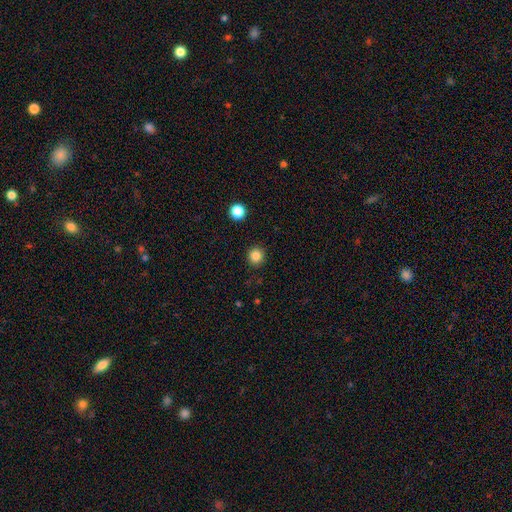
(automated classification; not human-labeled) Smooth or featured?
  - smooth: 85% *
  - star or artifact: 11%
  - featured or disk: 4%
How rounded?
  - round: 92% *
  - in between: 7%
  - cigar-shaped: 1%
Merging?
  - none: 91% *
  - minor disturbance: 6%
  - major disturbance: 2%
  - merger: 1%